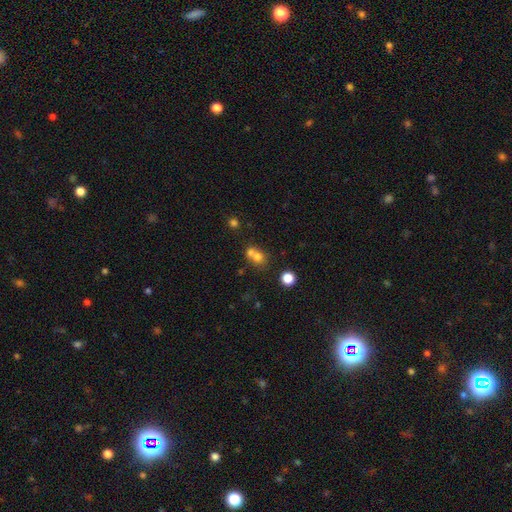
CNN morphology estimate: Smooth or featured?
  - smooth: 70% *
  - featured or disk: 15%
  - star or artifact: 15%
How rounded?
  - round: 73% *
  - in between: 26%
  - cigar-shaped: 1%
Merging?
  - merger: 57% *
  - none: 33%
  - minor disturbance: 6%
  - major disturbance: 3%